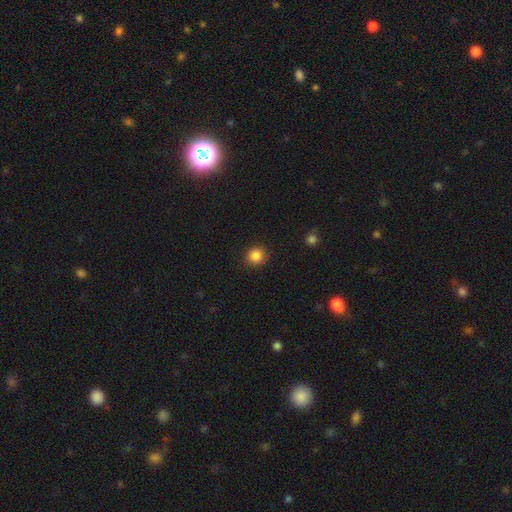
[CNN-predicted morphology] Overall: smooth (86%). How rounded: round (90%). Merging: none (90%).